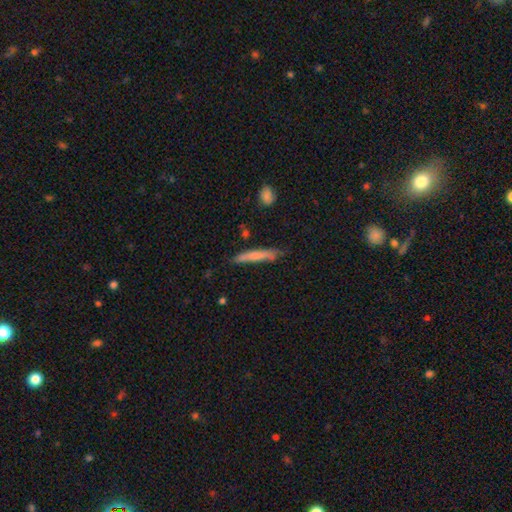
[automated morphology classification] Overall: smooth (68%). How rounded: cigar-shaped (93%). Merging: none (70%).